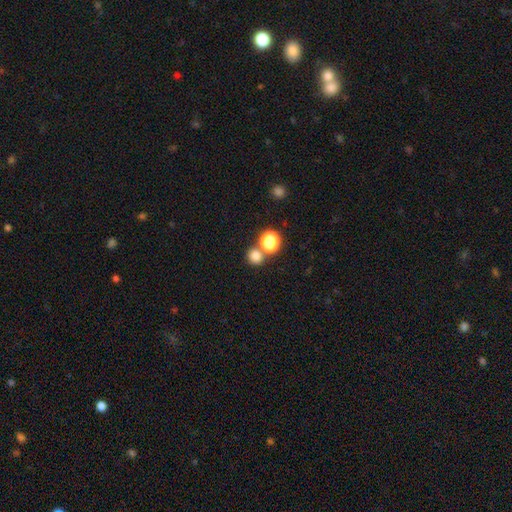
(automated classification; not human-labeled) smooth_or_featured: smooth (p=0.78) [alt: star or artifact p=0.16]
how_rounded: round (p=0.83) [alt: in between p=0.16]
merging: none (p=0.62) [alt: merger p=0.28]